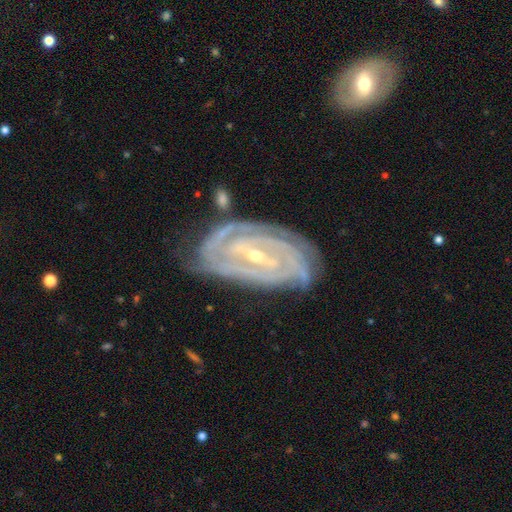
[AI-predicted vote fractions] The model was most divided on "bar": strong: 43%, weak: 38%, no: 19%. Remaining: spiral arms — yes (98%); edge-on disk — no (95%); smooth or featured — featured or disk (91%); spiral winding — tight (81%); merging — none (71%); bulge size — small (68%); spiral arm count — 2 (32%).